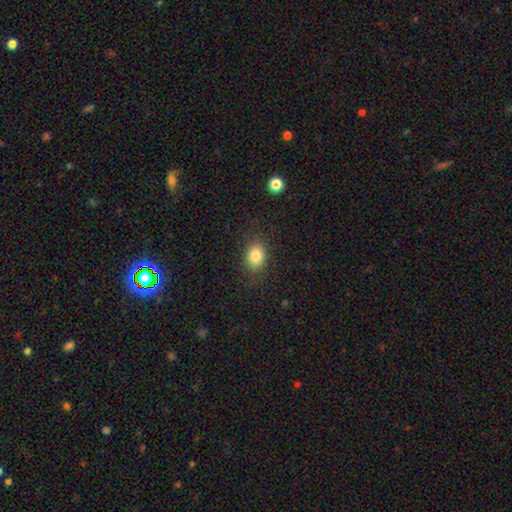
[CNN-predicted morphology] smooth 83%, star or artifact 10%, featured or disk 7%. Down the decision tree: how rounded — in between (58%); merging — none (85%).